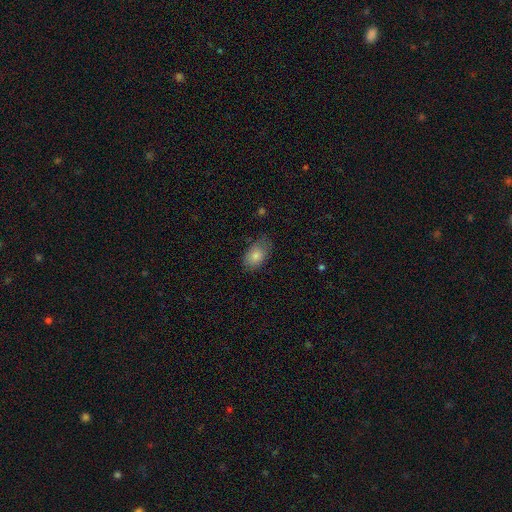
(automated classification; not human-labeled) smooth-or-featured: smooth: 81% | featured or disk: 12% | star or artifact: 8%
  how-rounded: in between: 89% | round: 9% | cigar-shaped: 2%
  merging: none: 67% | minor disturbance: 25% | major disturbance: 7% | merger: 1%